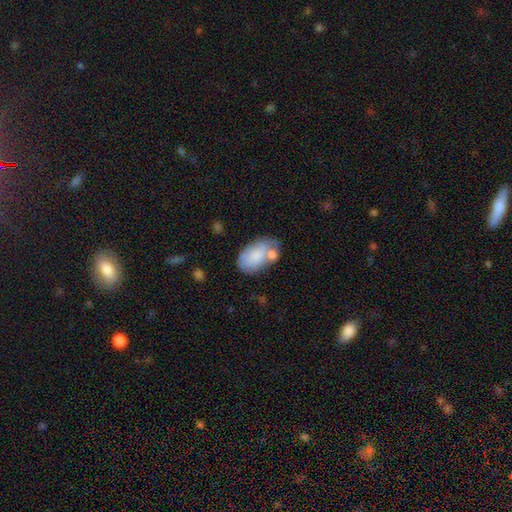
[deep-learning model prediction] A smooth galaxy with no disk features (77%) that is in between round and cigar-shaped (93%). Merging: none (46%).